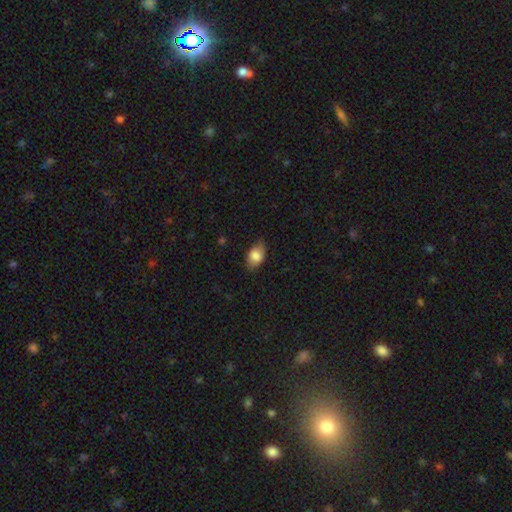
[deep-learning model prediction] Q: Smooth or featured?
A: smooth (81%); runner-up: featured or disk (12%)
Q: How rounded?
A: in between (88%); runner-up: round (10%)
Q: Merging?
A: none (76%); runner-up: minor disturbance (19%)